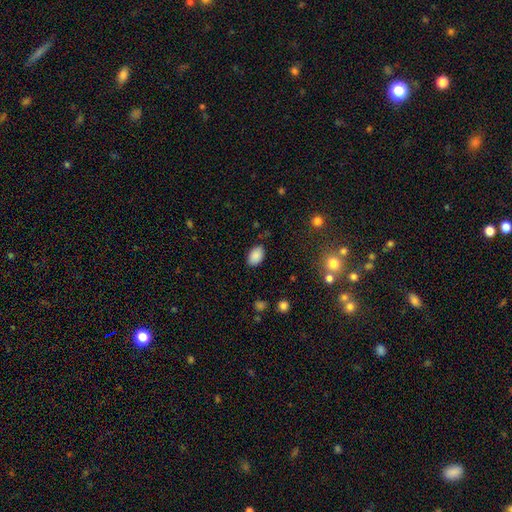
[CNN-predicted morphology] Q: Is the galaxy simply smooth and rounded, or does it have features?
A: smooth — 88%.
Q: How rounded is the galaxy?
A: in between — 88%.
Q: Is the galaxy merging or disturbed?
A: none — 83%.